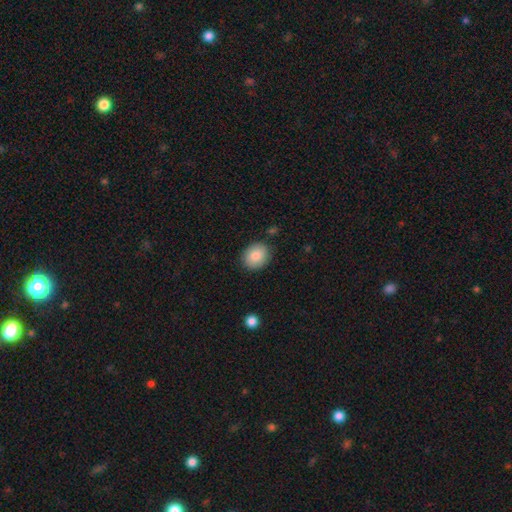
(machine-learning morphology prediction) Smooth or featured: smooth — 86% (star or artifact — 7%)
How rounded: round — 58% (in between — 42%)
Merging: none — 85% (minor disturbance — 10%)